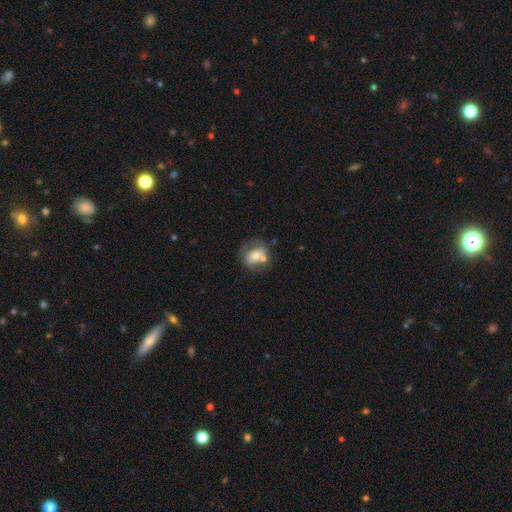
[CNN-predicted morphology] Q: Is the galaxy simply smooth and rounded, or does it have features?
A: smooth — 54%.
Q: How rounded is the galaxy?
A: round — 54%.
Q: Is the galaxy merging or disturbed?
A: none — 43%.